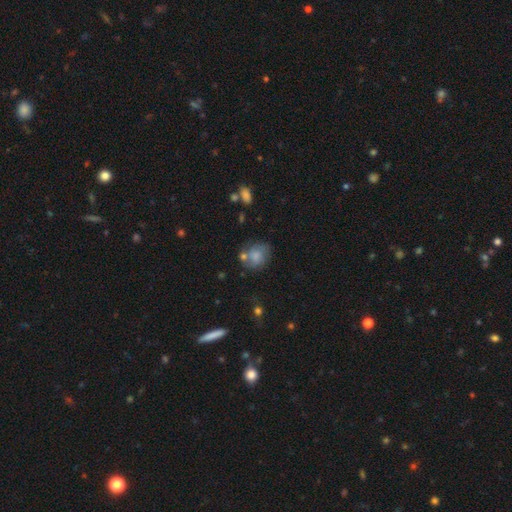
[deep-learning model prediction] This appears to be a smooth galaxy with no disk features (67%) that is round (57%). Merging: none (50%).